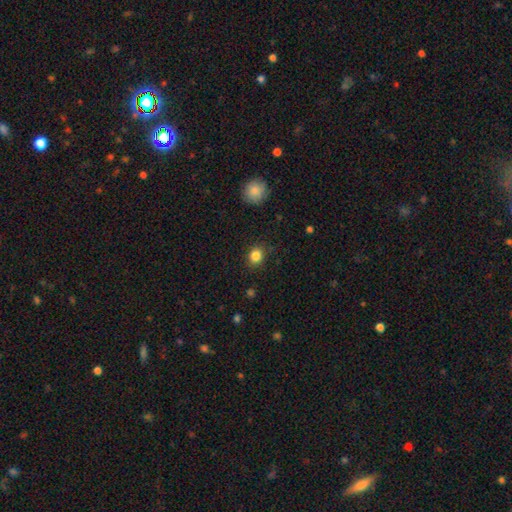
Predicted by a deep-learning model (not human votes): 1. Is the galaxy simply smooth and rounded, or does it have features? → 85% smooth, 11% star or artifact, 4% featured or disk.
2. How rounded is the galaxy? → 69% round, 30% in between, 1% cigar-shaped.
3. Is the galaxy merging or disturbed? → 84% none, 11% minor disturbance, 3% major disturbance, 1% merger.